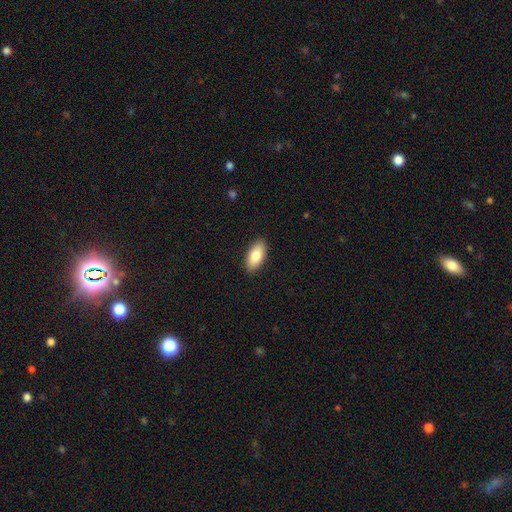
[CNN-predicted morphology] Smooth or featured: smooth — 82% (featured or disk — 11%)
How rounded: in between — 91% (cigar-shaped — 6%)
Merging: none — 90% (minor disturbance — 8%)